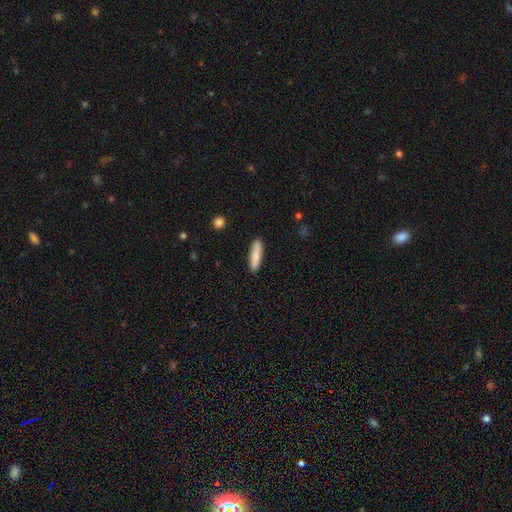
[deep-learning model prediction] This appears to be a smooth galaxy with no disk features (83%) that is cigar-shaped (79%). Merging: none (90%).